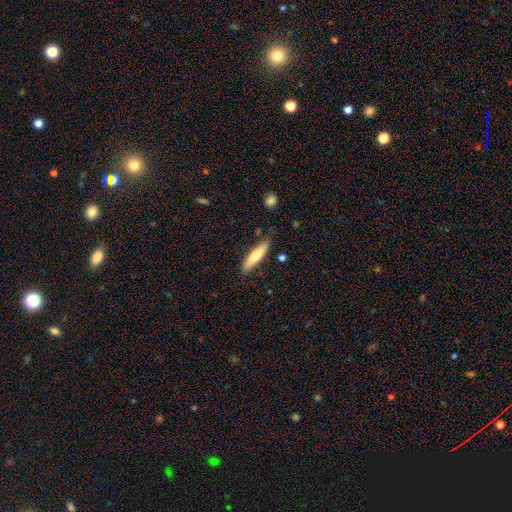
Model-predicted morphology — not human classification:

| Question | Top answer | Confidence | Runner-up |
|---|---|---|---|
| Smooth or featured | smooth | 70% | featured or disk (24%) |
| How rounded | cigar-shaped | 78% | in between (21%) |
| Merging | none | 82% | minor disturbance (14%) |